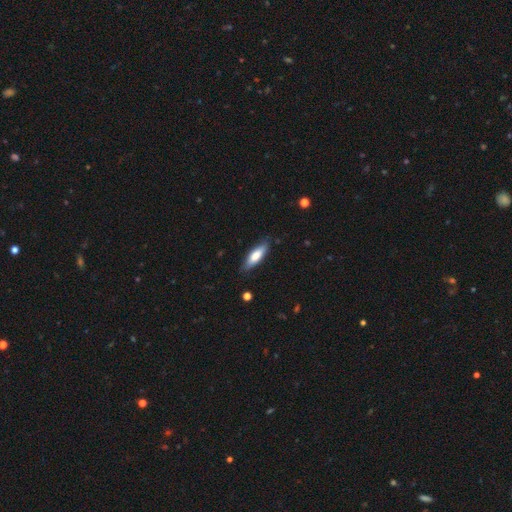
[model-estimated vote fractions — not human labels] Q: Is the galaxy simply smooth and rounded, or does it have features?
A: smooth — 74%.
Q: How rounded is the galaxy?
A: in between — 52%.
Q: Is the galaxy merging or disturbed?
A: none — 83%.